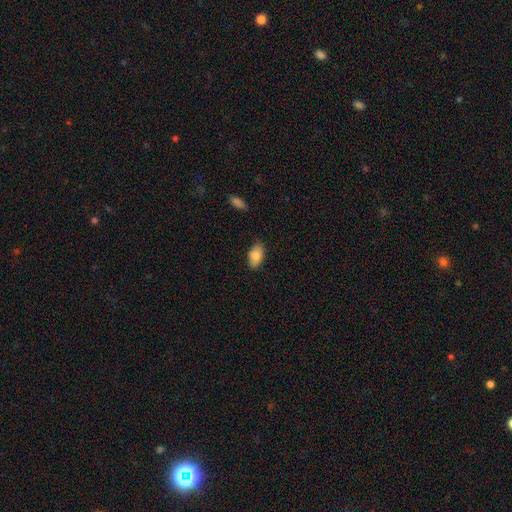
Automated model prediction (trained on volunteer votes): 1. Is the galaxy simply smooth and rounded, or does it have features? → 85% smooth, 9% featured or disk, 7% star or artifact.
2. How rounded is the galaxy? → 94% in between, 4% round, 2% cigar-shaped.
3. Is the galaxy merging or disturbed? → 83% none, 14% minor disturbance, 2% major disturbance, 1% merger.